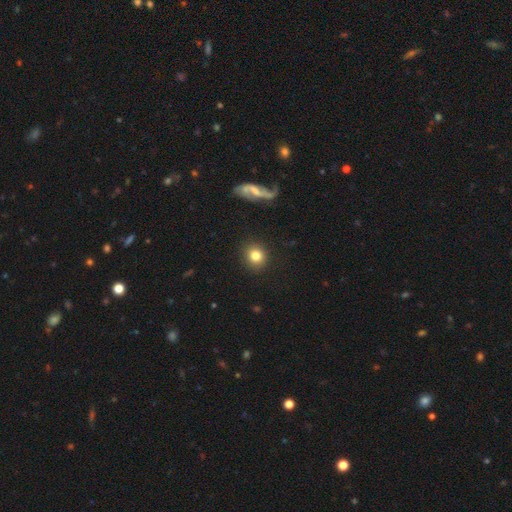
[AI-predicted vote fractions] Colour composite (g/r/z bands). It shows a smooth galaxy with no disk features (80%) that is round (86%). Merging: none (89%).